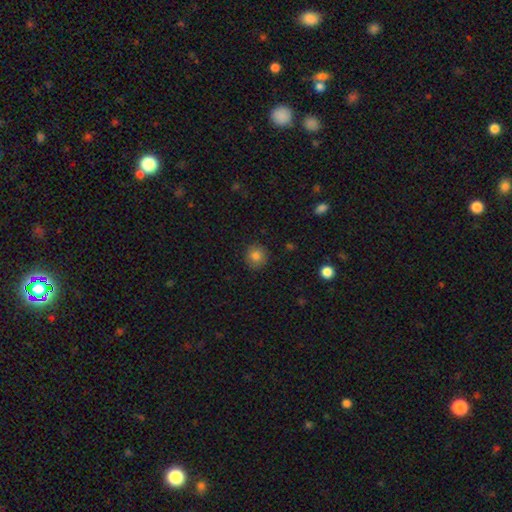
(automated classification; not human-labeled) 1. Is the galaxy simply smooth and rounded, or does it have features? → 83% smooth, 11% star or artifact, 6% featured or disk.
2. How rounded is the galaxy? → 91% round, 8% in between, 1% cigar-shaped.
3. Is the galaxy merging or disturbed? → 89% none, 8% minor disturbance, 2% major disturbance, 1% merger.